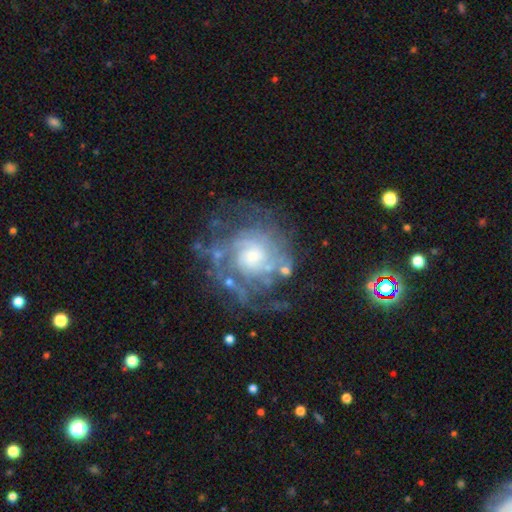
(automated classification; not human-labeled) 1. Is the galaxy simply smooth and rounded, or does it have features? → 80% featured or disk, 12% smooth, 8% star or artifact.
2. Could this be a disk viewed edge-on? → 98% no, 2% yes.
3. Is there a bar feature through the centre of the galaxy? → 73% no, 22% weak, 5% strong.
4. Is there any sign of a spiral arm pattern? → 86% yes, 14% no.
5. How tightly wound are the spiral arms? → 59% tight, 30% medium, 10% loose.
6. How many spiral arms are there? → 45% can't tell, 19% 2, 14% 3, 9% 4, 7% more than 4, 6% 1.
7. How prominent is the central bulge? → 43% moderate, 35% small, 14% large, 6% none, 2% dominant.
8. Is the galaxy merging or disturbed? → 64% none, 18% minor disturbance, 15% major disturbance, 3% merger.